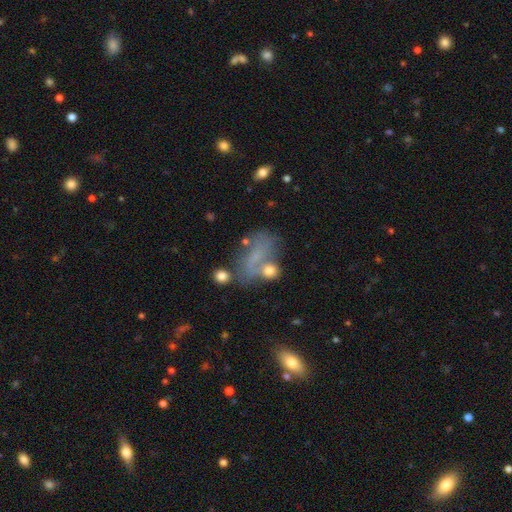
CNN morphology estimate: Q: Smooth or featured?
A: smooth (45%); runner-up: featured or disk (36%)
Q: Merging?
A: none (39%); runner-up: major disturbance (22%)